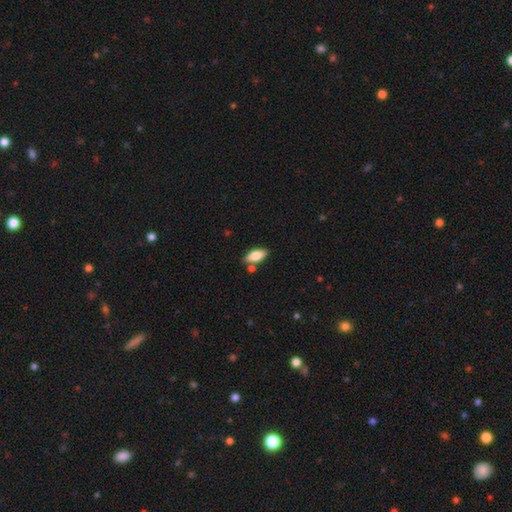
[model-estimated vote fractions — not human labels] Morphology: type=smooth (72%); roundness=in between (80%); merging=none (77%).